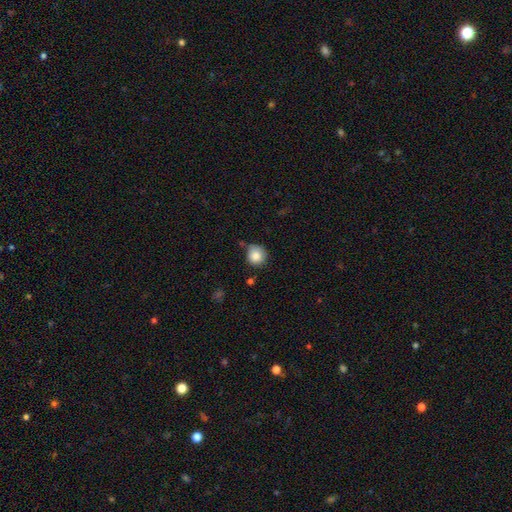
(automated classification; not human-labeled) Morphology: type=smooth (84%); roundness=round (91%); merging=none (68%).